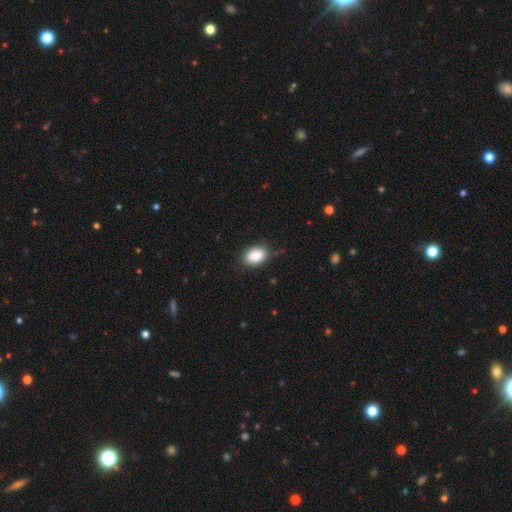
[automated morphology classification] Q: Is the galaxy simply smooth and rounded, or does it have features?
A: smooth — 87%.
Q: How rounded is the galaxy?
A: in between — 86%.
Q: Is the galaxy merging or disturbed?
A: none — 82%.